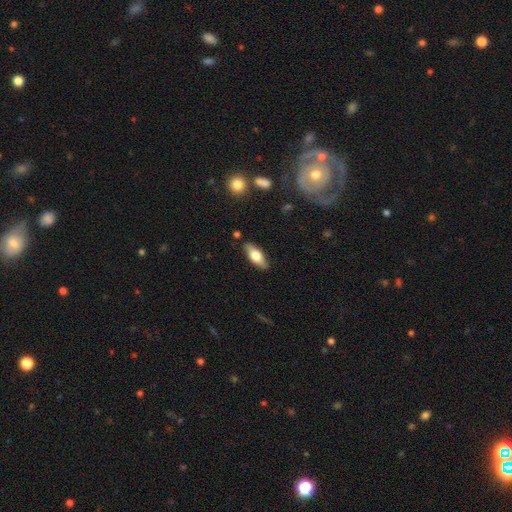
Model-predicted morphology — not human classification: The model was most divided on "smooth or featured": smooth: 57%, featured or disk: 37%, star or artifact: 6%. More confident: merging — none (86%); how rounded — in between (71%).